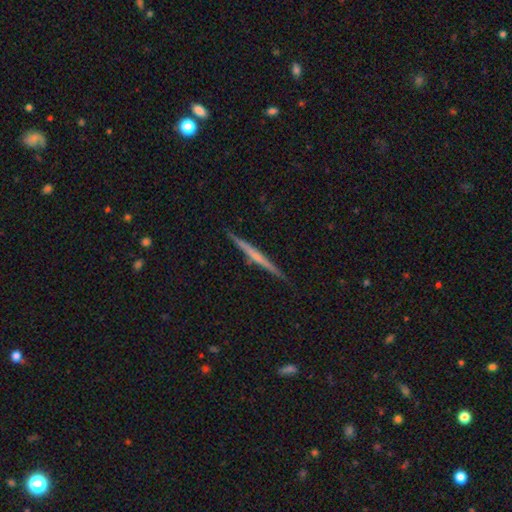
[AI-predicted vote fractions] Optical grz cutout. It shows a featured or disk galaxy (65%) viewed edge-on (98%) with no central bulge (64%). Merging: none (90%).